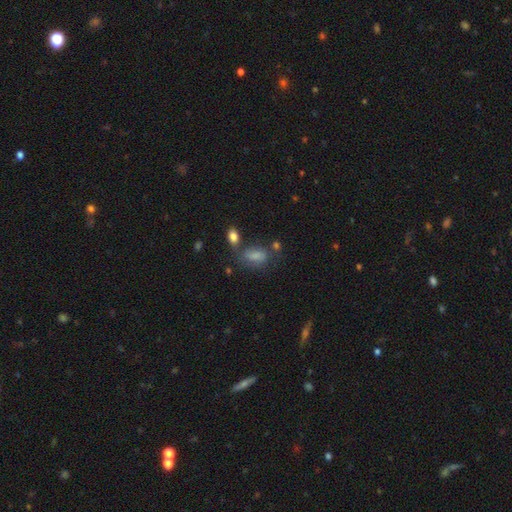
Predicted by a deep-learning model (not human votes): This appears to be a smooth galaxy with no disk features (69%) that is in between round and cigar-shaped (83%). Merging: none (50%).